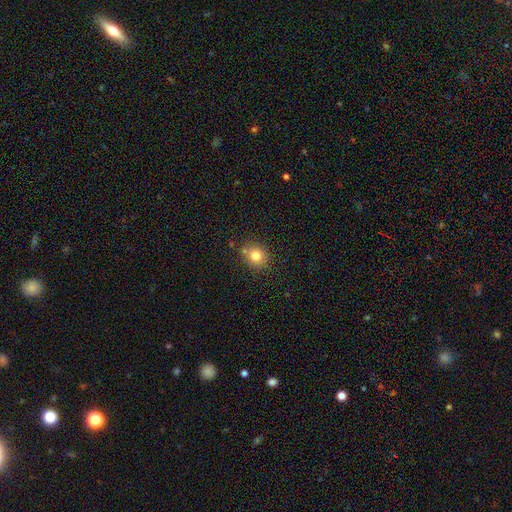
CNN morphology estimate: Smooth or featured? smooth (80%)
How rounded? round (80%)
Merging? none (76%)